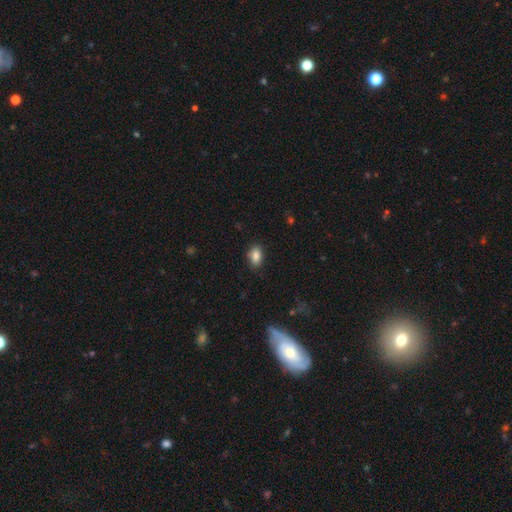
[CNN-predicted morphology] The model was most divided on "merging": none: 81%, minor disturbance: 15%, major disturbance: 3%, merger: 1%. More confident: smooth or featured — smooth (86%); how rounded — in between (86%).